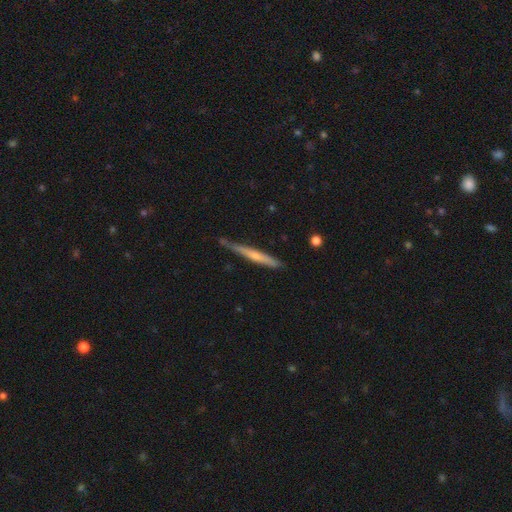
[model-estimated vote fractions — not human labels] featured or disk 48%, smooth 47%, star or artifact 5%. Down the decision tree: merging — none (74%).